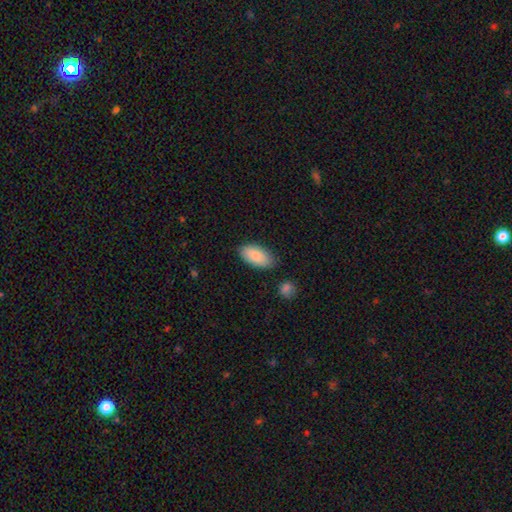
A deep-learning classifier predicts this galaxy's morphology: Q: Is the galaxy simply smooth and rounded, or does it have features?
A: smooth — 84%.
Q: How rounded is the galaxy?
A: in between — 94%.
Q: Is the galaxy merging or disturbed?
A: none — 81%.